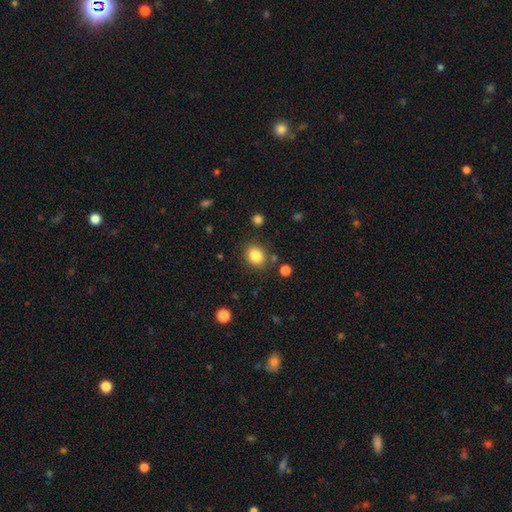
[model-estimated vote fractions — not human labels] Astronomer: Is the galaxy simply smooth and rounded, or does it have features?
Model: smooth — 84%.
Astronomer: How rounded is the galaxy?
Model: round — 60% (runner-up: in between, 39%).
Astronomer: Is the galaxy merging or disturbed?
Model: none — 83%.